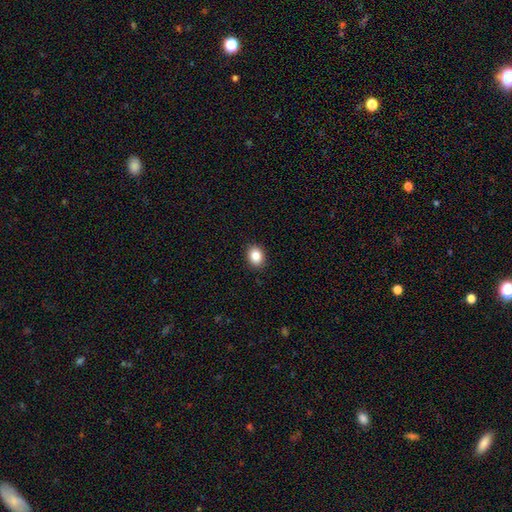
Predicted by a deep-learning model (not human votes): A smooth galaxy with no disk features (85%) that is in between round and cigar-shaped (55%). Merging: none (91%).